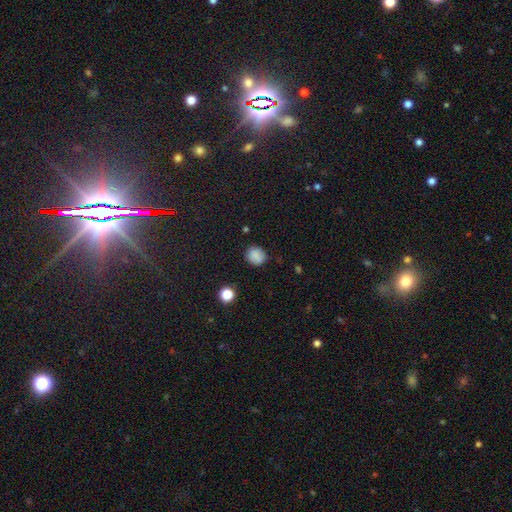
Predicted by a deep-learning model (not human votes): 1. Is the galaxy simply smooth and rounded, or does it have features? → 84% smooth, 11% star or artifact, 5% featured or disk.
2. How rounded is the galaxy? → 81% round, 18% in between, 1% cigar-shaped.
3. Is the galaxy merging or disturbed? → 83% none, 12% minor disturbance, 3% major disturbance, 1% merger.